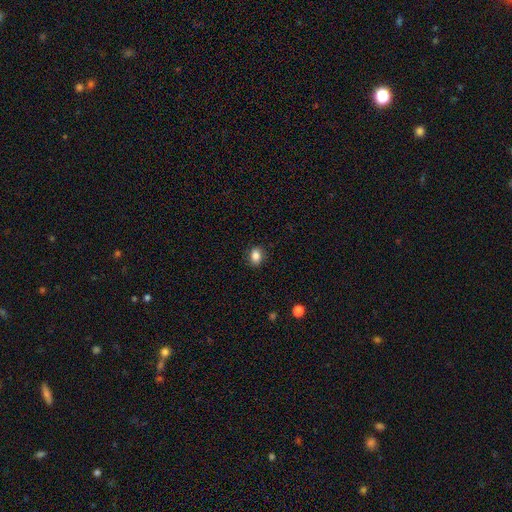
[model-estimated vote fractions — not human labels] A smooth galaxy with no disk features (84%) that is in between round and cigar-shaped (62%).

Vote fractions:
- Smooth or featured? smooth: 84% / star or artifact: 9% / featured or disk: 6%
- How rounded? in between: 62% / round: 37% / cigar-shaped: 1%
- Merging? none: 87% / minor disturbance: 10% / major disturbance: 2% / merger: 1%